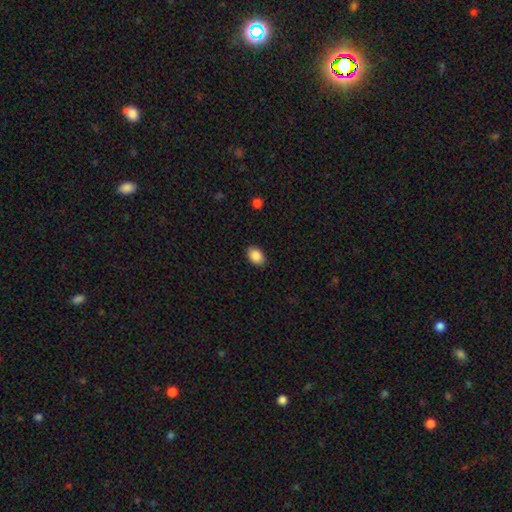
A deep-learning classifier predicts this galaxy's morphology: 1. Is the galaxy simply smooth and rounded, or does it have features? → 88% smooth, 8% star or artifact, 4% featured or disk.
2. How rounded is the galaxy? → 80% in between, 19% round, 1% cigar-shaped.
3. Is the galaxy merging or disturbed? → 88% none, 9% minor disturbance, 2% major disturbance, 1% merger.